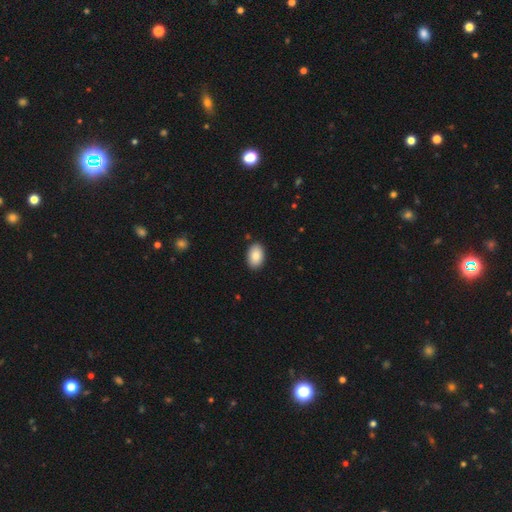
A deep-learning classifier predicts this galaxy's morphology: smooth-or-featured: smooth: 88% | star or artifact: 6% | featured or disk: 6%
  how-rounded: in between: 90% | round: 9% | cigar-shaped: 1%
  merging: none: 89% | minor disturbance: 8% | major disturbance: 2% | merger: 1%